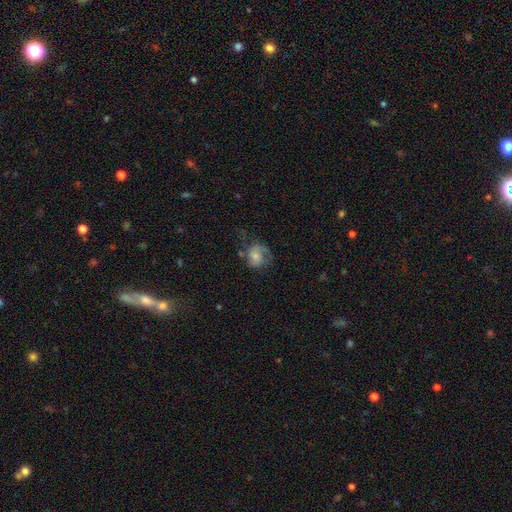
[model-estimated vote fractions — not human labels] Smooth or featured? featured or disk (46%)
Merging? none (40%)